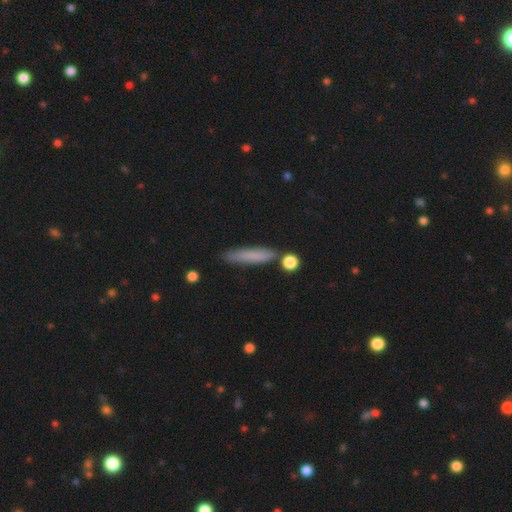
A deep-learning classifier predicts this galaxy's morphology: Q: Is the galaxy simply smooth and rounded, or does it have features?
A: smooth — 76%.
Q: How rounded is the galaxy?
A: cigar-shaped — 87%.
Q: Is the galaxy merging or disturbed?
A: none — 74%.